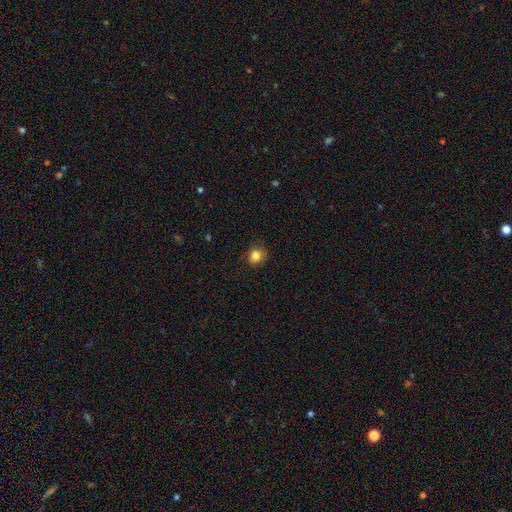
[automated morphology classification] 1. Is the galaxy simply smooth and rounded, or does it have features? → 83% smooth, 11% star or artifact, 6% featured or disk.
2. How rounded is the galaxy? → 78% round, 21% in between, 1% cigar-shaped.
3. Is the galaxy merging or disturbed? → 83% none, 13% minor disturbance, 3% major disturbance, 1% merger.